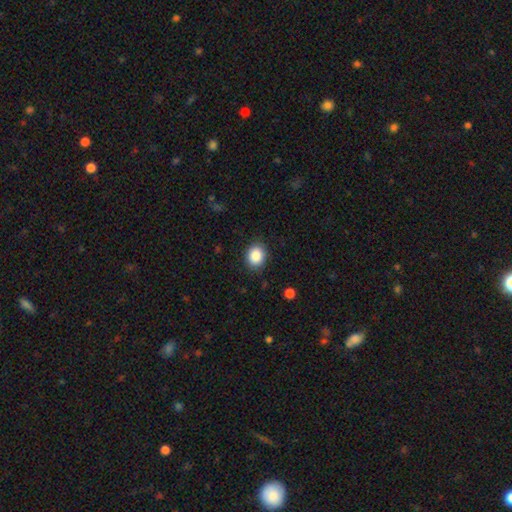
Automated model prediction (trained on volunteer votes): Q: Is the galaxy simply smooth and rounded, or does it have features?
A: smooth — 87%.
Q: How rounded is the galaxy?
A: round — 61%.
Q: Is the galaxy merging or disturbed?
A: none — 87%.